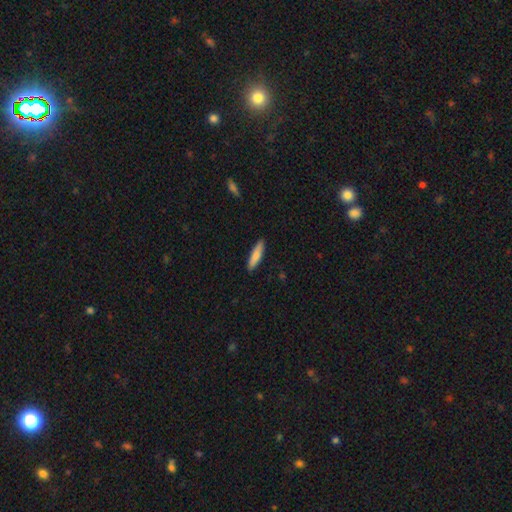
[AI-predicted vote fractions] smooth-or-featured: smooth: 81% | featured or disk: 14% | star or artifact: 6%
  how-rounded: cigar-shaped: 79% | in between: 19% | round: 1%
  merging: none: 90% | minor disturbance: 7% | major disturbance: 2% | merger: 1%